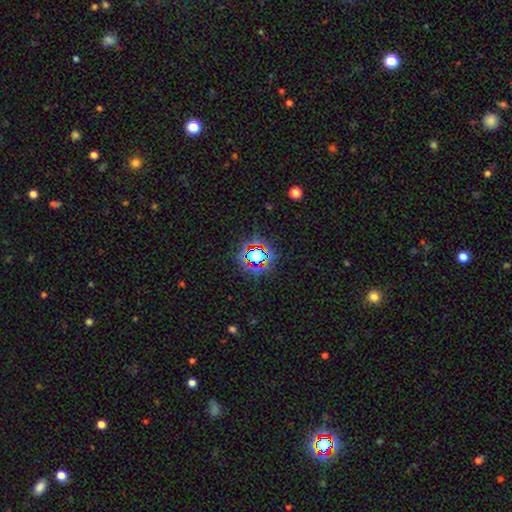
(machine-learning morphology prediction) star or artifact 67%, smooth 21%, featured or disk 12%.